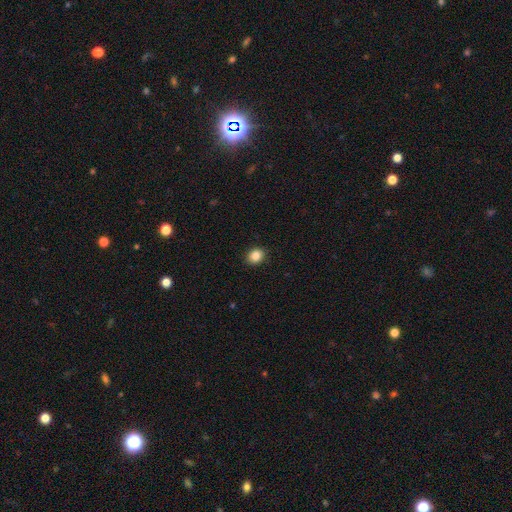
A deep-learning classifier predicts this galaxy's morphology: This appears to be a smooth galaxy with no disk features (86%) that is round (57%). Merging: none (90%).